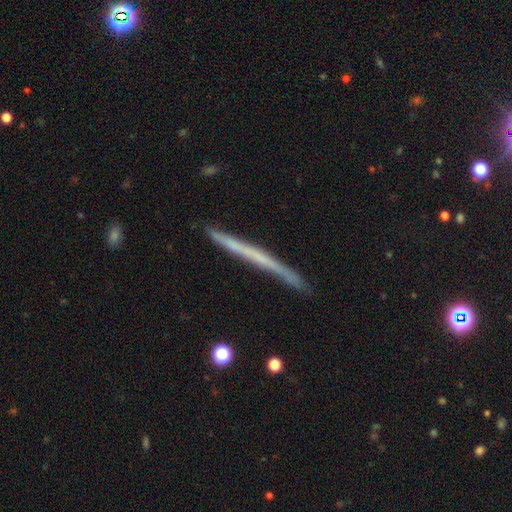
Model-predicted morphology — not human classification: A featured or disk galaxy (55%) viewed edge-on (96%) with no central bulge (89%).

Vote fractions:
- Smooth or featured? featured or disk: 55% / smooth: 38% / star or artifact: 6%
- Edge-on disk? yes: 96% / no: 4%
- Edge-on bulge? none: 89% / rounded: 7% / boxy: 4%
- Merging? none: 84% / minor disturbance: 12% / major disturbance: 2% / merger: 2%